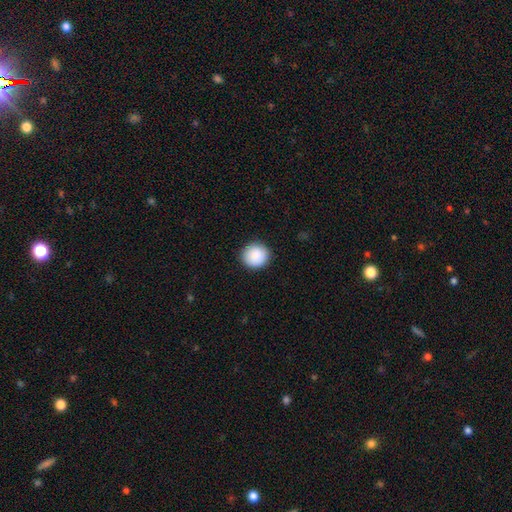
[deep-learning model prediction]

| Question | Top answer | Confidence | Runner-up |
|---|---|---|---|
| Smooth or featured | smooth | 89% | star or artifact (7%) |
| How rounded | round | 92% | in between (7%) |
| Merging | none | 91% | minor disturbance (7%) |